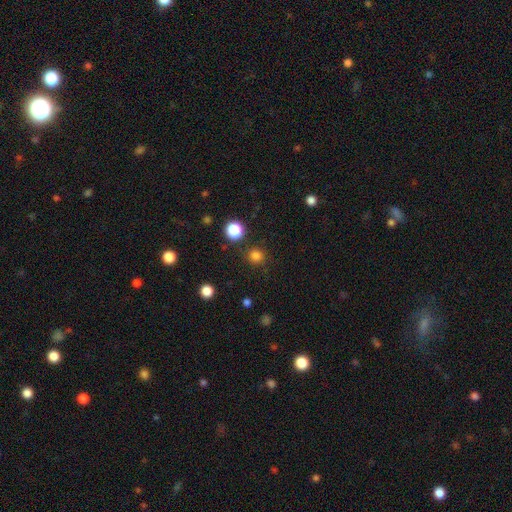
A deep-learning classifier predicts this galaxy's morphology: A smooth galaxy with no disk features (81%) that is round (93%). Merging: none (89%).